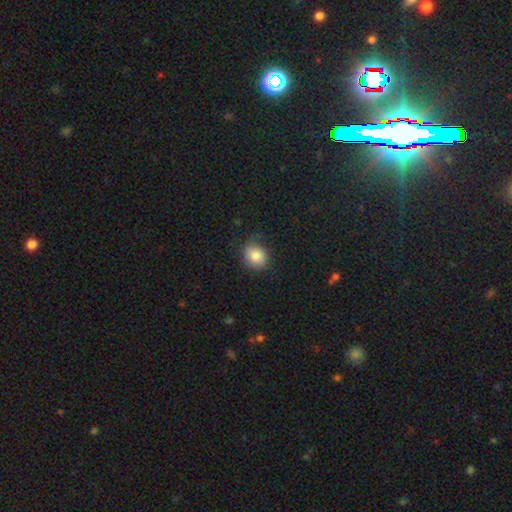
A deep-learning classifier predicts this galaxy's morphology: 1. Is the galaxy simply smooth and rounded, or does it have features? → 83% smooth, 9% star or artifact, 8% featured or disk.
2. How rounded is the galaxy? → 63% round, 36% in between, 1% cigar-shaped.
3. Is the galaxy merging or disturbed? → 71% none, 21% minor disturbance, 7% major disturbance, 1% merger.